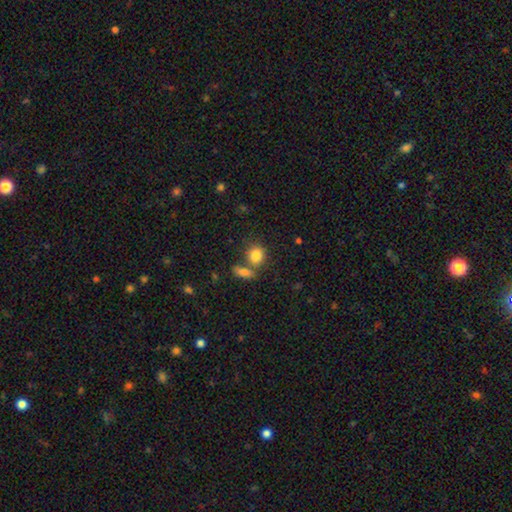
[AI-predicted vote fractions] Morphology: type=smooth (84%); roundness=round (57%); merging=none (51%).